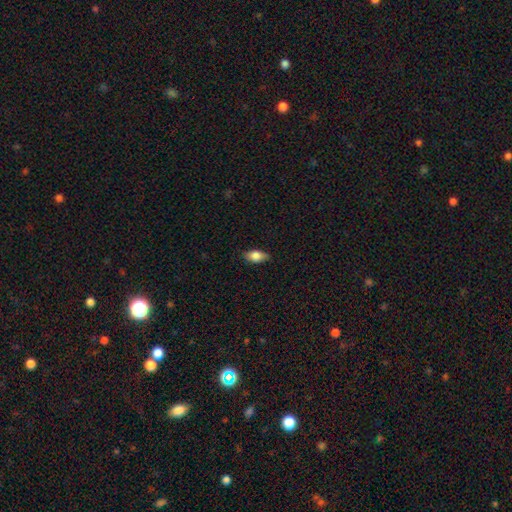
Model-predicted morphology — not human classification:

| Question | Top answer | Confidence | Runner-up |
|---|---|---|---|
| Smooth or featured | smooth | 81% | featured or disk (12%) |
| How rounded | in between | 88% | cigar-shaped (7%) |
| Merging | none | 83% | minor disturbance (13%) |